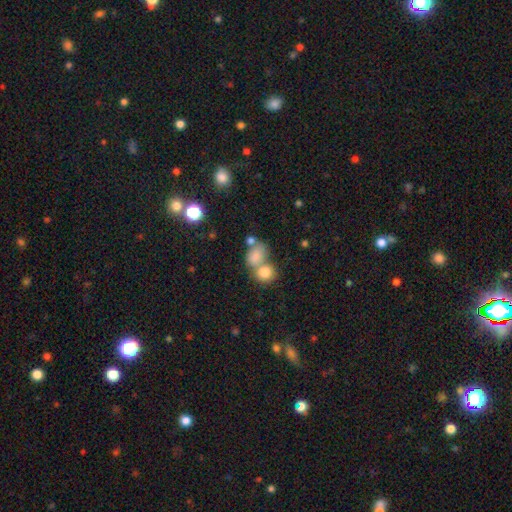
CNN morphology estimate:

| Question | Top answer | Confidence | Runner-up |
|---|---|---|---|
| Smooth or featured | smooth | 78% | star or artifact (11%) |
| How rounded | in between | 64% | round (34%) |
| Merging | merger | 53% | none (30%) |